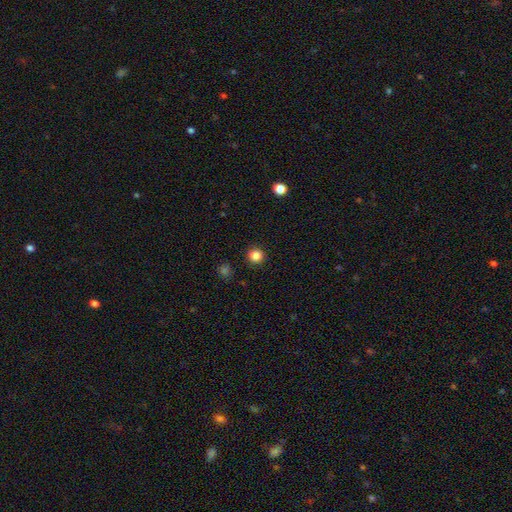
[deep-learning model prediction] Smooth or featured? Predicted: smooth (p=0.85). How rounded? Predicted: round (p=0.92). Merging? Predicted: none (p=0.92).